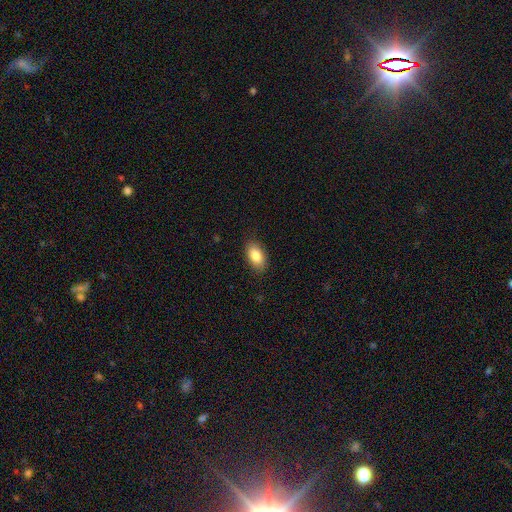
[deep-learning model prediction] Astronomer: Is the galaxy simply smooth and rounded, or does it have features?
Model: smooth — 85%.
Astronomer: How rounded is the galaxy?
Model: in between — 92%.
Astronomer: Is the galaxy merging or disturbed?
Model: none — 86%.